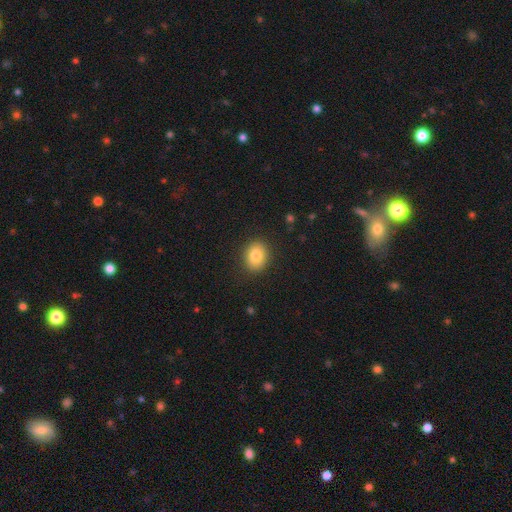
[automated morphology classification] smooth-or-featured: smooth: 82% | star or artifact: 9% | featured or disk: 9%
  how-rounded: round: 51% | in between: 48% | cigar-shaped: 1%
  merging: none: 88% | minor disturbance: 9% | major disturbance: 3% | merger: 1%